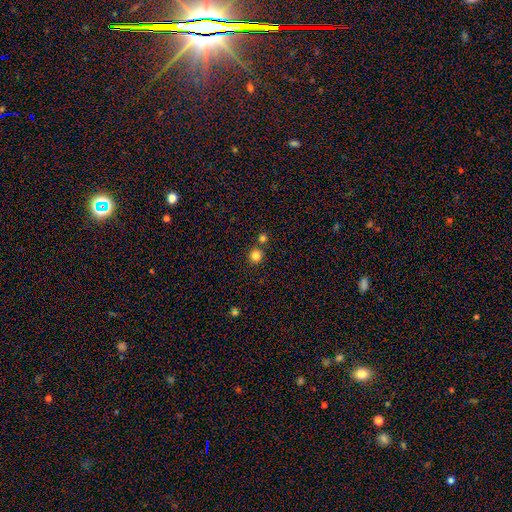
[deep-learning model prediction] Smooth or featured? smooth (82%)
How rounded? round (93%)
Merging? none (79%)